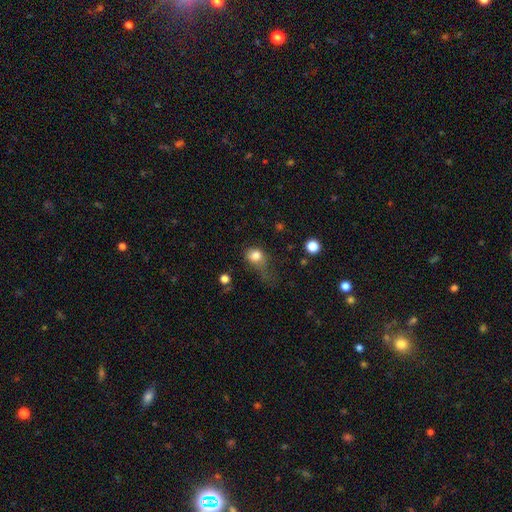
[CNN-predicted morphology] smooth-or-featured: smooth: 80% | star or artifact: 11% | featured or disk: 9%
  how-rounded: round: 64% | in between: 35% | cigar-shaped: 1%
  merging: major disturbance: 34% | none: 31% | minor disturbance: 30% | merger: 4%